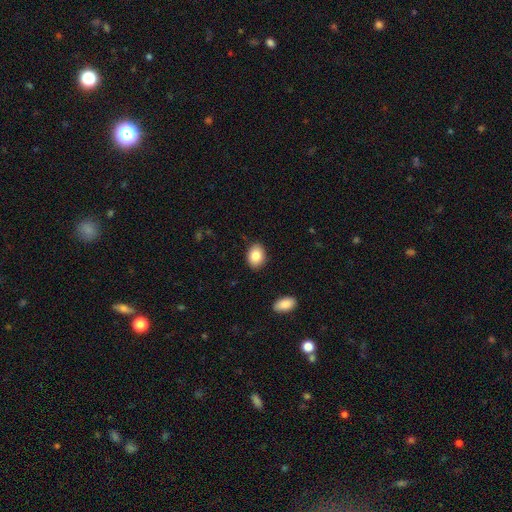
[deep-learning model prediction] This is clearly a smooth galaxy (84%). How rounded: likely in between (70%). Merging: clearly none (88%).